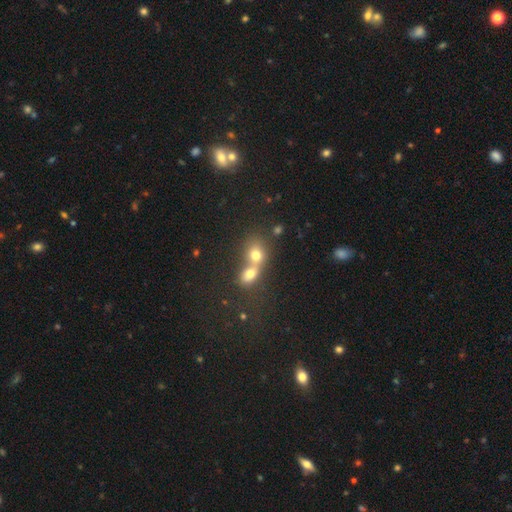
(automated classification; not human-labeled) Smooth or featured: smooth — 68% (featured or disk — 17%)
How rounded: round — 56% (in between — 42%)
Merging: merger — 71% (none — 21%)